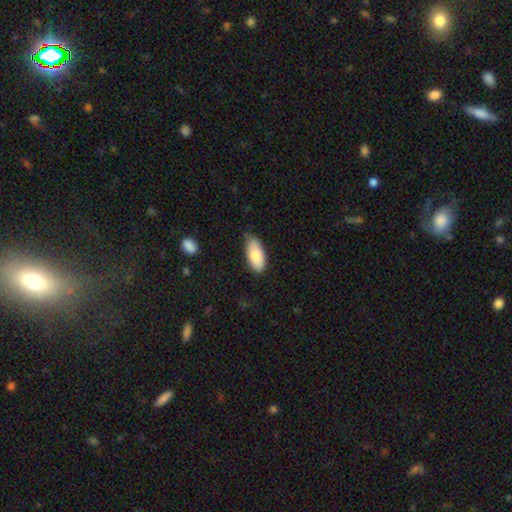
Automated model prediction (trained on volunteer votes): smooth_or_featured: smooth (p=0.83) [alt: featured or disk p=0.10]
how_rounded: in between (p=0.89) [alt: cigar-shaped p=0.09]
merging: none (p=0.70) [alt: minor disturbance p=0.25]